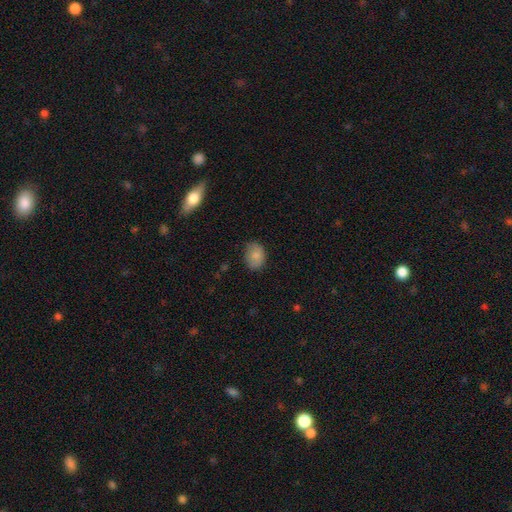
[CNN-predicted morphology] Smooth or featured? Predicted: smooth (p=0.83). How rounded? Predicted: in between (p=0.69). Merging? Predicted: none (p=0.77).